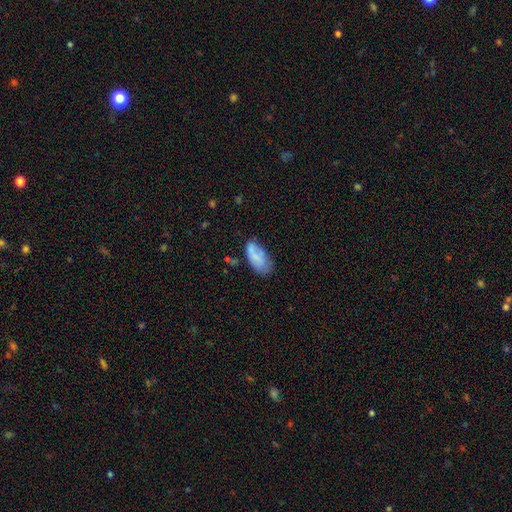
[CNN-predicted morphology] The model was most divided on "merging": none: 48%, minor disturbance: 33%, major disturbance: 15%, merger: 4%. More confident: how rounded — in between (92%); smooth or featured — smooth (74%).